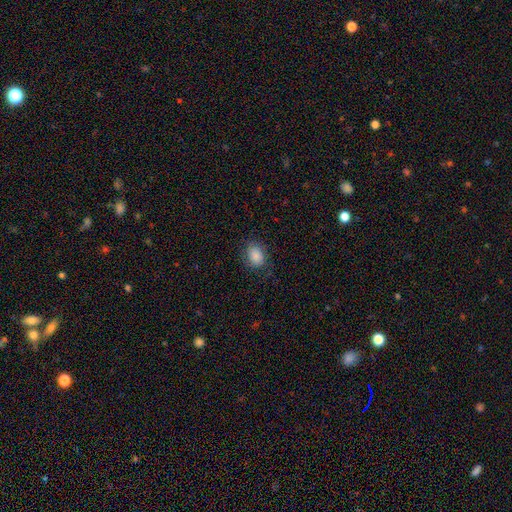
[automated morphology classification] smooth_or_featured: smooth (p=0.83) [alt: featured or disk p=0.09]
how_rounded: in between (p=0.70) [alt: round p=0.29]
merging: none (p=0.75) [alt: minor disturbance p=0.17]